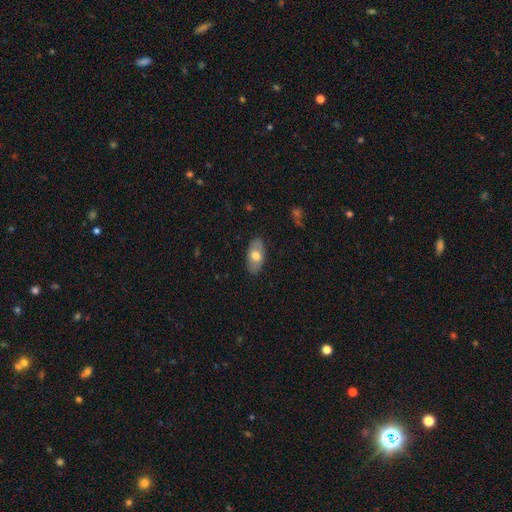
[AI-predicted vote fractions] smooth 66%, featured or disk 28%, star or artifact 6%. Down the decision tree: how rounded — in between (92%); merging — none (85%).